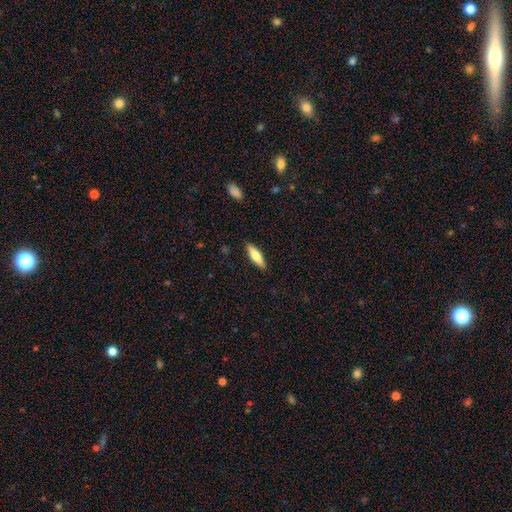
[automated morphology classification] This appears to be a smooth galaxy with no disk features (66%) that is cigar-shaped (60%). Merging: none (89%).